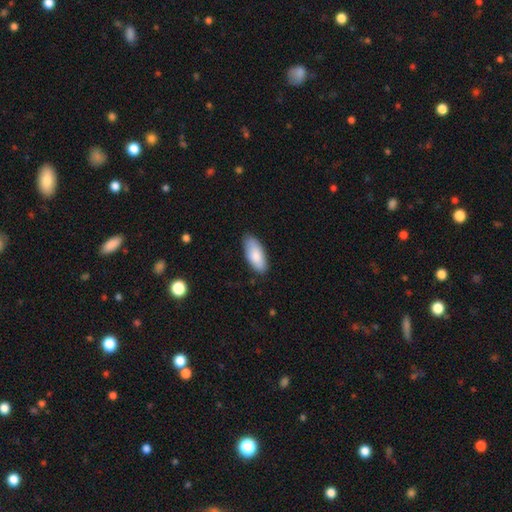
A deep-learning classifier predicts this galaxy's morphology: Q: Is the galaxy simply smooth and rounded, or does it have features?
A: smooth — 84%.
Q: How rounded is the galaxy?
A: in between — 85%.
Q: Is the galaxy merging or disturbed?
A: none — 83%.